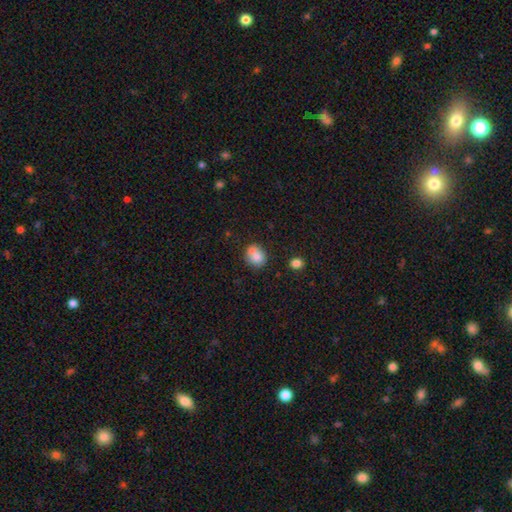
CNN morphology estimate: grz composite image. It shows a smooth galaxy with no disk features (76%) that is round (64%). Merging: none (48%).